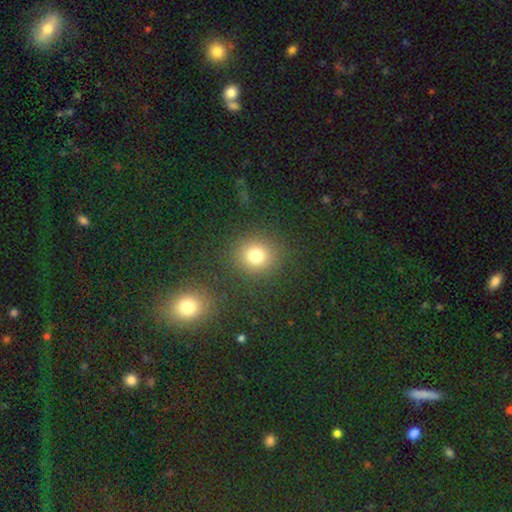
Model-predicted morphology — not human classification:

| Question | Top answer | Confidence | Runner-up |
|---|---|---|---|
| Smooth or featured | smooth | 76% | star or artifact (17%) |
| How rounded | round | 87% | in between (12%) |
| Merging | none | 86% | minor disturbance (7%) |